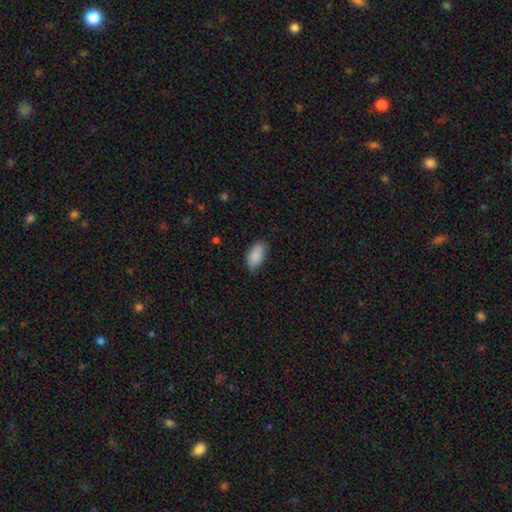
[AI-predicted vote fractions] A smooth galaxy with no disk features (89%) that is in between round and cigar-shaped (93%).

Vote fractions:
- Smooth or featured? smooth: 89% / star or artifact: 7% / featured or disk: 4%
- How rounded? in between: 93% / cigar-shaped: 3% / round: 3%
- Merging? none: 75% / minor disturbance: 20% / major disturbance: 3% / merger: 1%